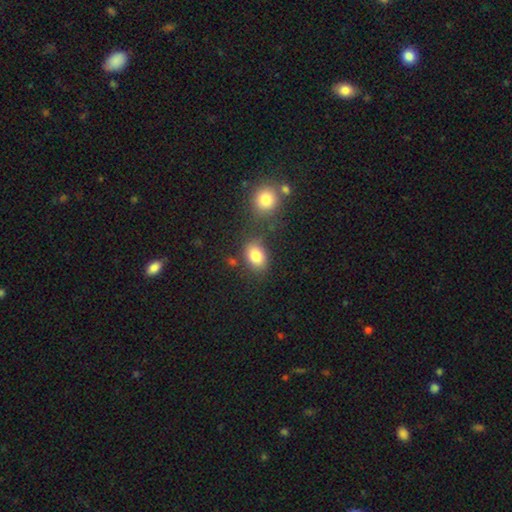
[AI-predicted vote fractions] smooth-or-featured: smooth: 83% | star or artifact: 9% | featured or disk: 7%
  how-rounded: in between: 71% | round: 28% | cigar-shaped: 1%
  merging: none: 69% | merger: 13% | minor disturbance: 13% | major disturbance: 5%